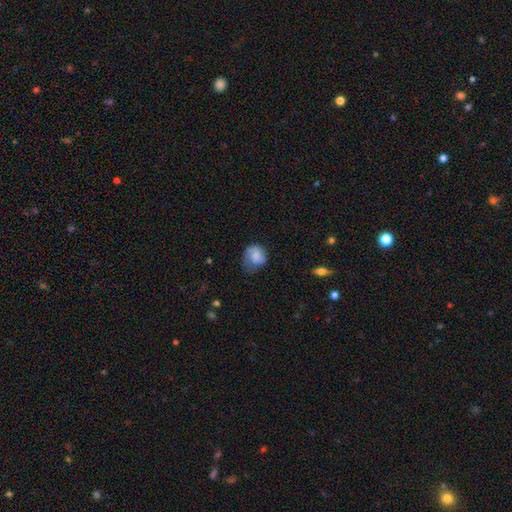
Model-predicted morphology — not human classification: Overall: smooth (75%). How rounded: round (61%; in between 39%). Merging: none (41%; minor disturbance 36%).